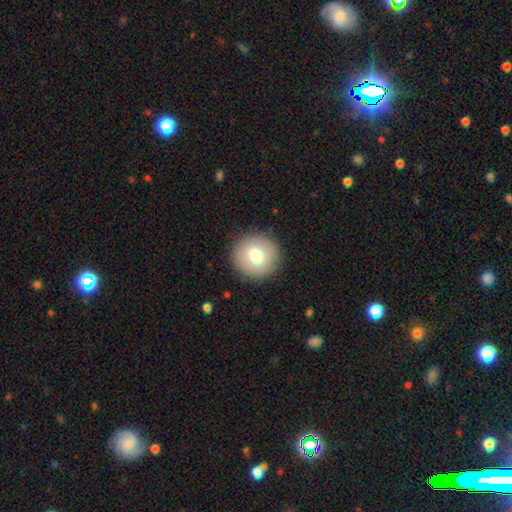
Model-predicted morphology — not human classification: Smooth or featured?
  - smooth: 74% *
  - featured or disk: 17%
  - star or artifact: 9%
How rounded?
  - round: 94% *
  - in between: 5%
  - cigar-shaped: 1%
Merging?
  - none: 91% *
  - minor disturbance: 6%
  - major disturbance: 2%
  - merger: 1%